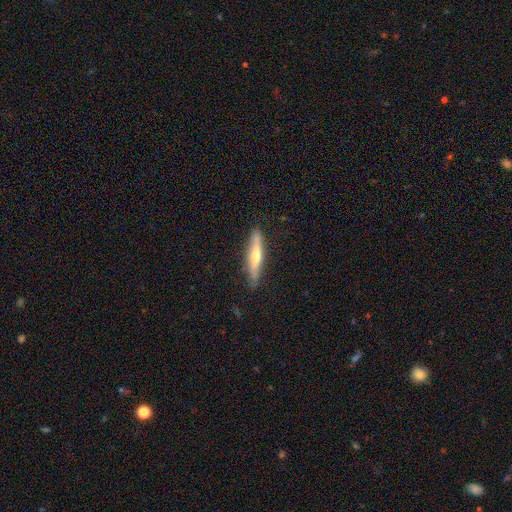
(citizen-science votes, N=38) Q: Smooth or featured?
A: featured or disk (53%); runner-up: smooth (39%)
Q: Edge-on disk?
A: yes (95%); runner-up: no (5%)
Q: Edge-on bulge?
A: rounded (84%); runner-up: none (11%)
Q: Merging?
A: none (80%); runner-up: minor disturbance (20%)